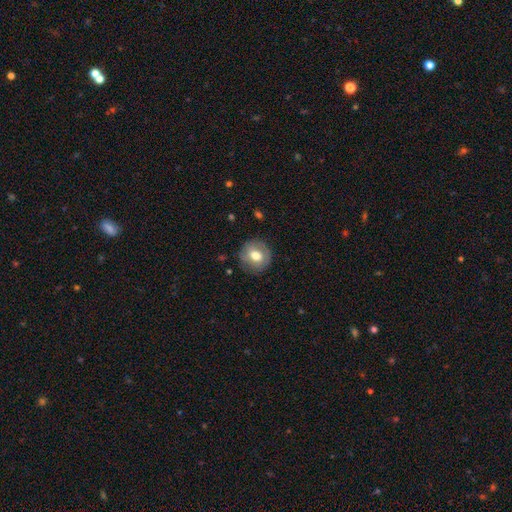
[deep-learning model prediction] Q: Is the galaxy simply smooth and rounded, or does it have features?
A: smooth — 65%.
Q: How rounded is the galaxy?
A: round — 88%.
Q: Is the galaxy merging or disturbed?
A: none — 83%.